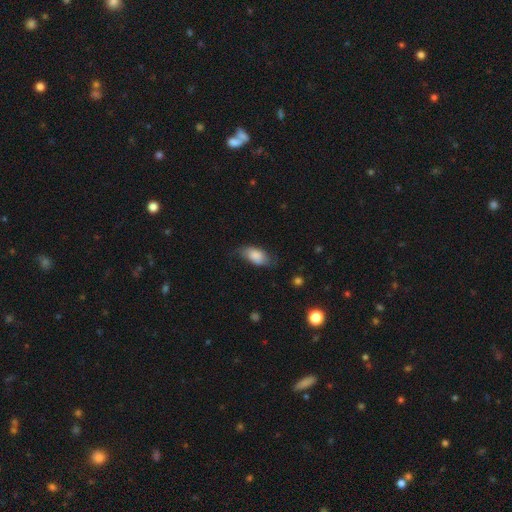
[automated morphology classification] smooth 80%, featured or disk 13%, star or artifact 7%. Down the decision tree: how rounded — in between (91%); merging — none (61%).